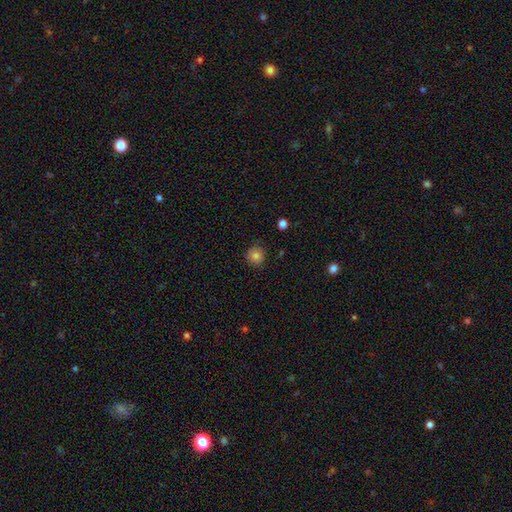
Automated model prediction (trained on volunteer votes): Smooth or featured? smooth (82%)
How rounded? round (91%)
Merging? none (85%)